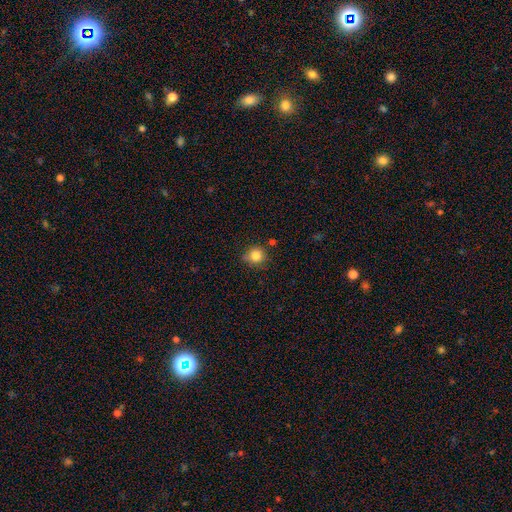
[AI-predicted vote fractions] Overall: smooth (84%). How rounded: round (89%). Merging: none (73%).